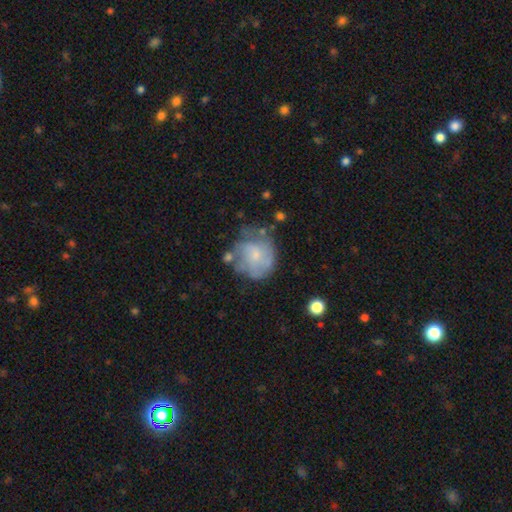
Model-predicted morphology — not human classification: The model was most divided on "smooth or featured": featured or disk: 48%, smooth: 43%, star or artifact: 8%. Remaining: merging — none (45%).